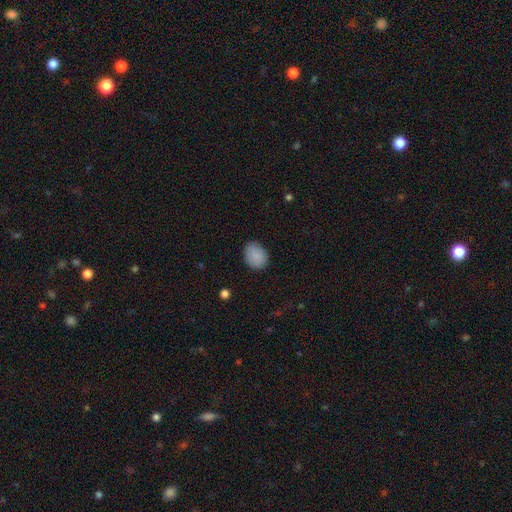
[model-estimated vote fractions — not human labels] Smooth or featured? Predicted: smooth (p=0.88). How rounded? Predicted: in between (p=0.60). Merging? Predicted: none (p=0.84).